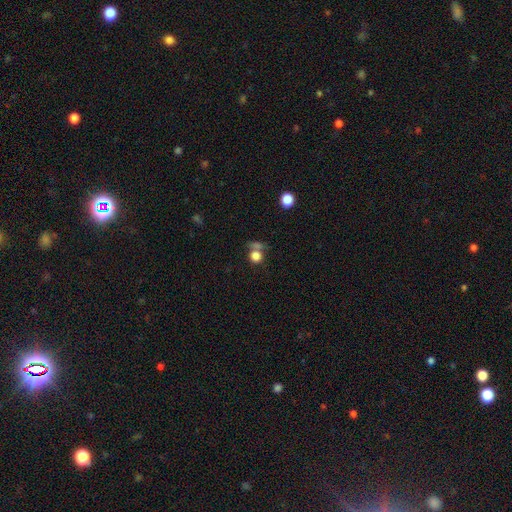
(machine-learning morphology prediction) A smooth galaxy with no disk features (79%) that is round (85%).

Vote fractions:
- Smooth or featured? smooth: 79% / star or artifact: 13% / featured or disk: 8%
- How rounded? round: 85% / in between: 13% / cigar-shaped: 2%
- Merging? none: 53% / merger: 28% / minor disturbance: 11% / major disturbance: 8%